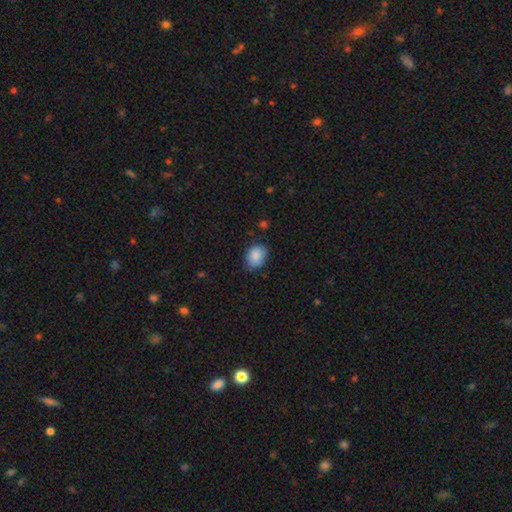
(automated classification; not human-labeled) Smooth or featured?
  - smooth: 87% *
  - star or artifact: 8%
  - featured or disk: 5%
How rounded?
  - in between: 58% *
  - round: 41%
  - cigar-shaped: 1%
Merging?
  - none: 79% *
  - minor disturbance: 17%
  - major disturbance: 3%
  - merger: 1%